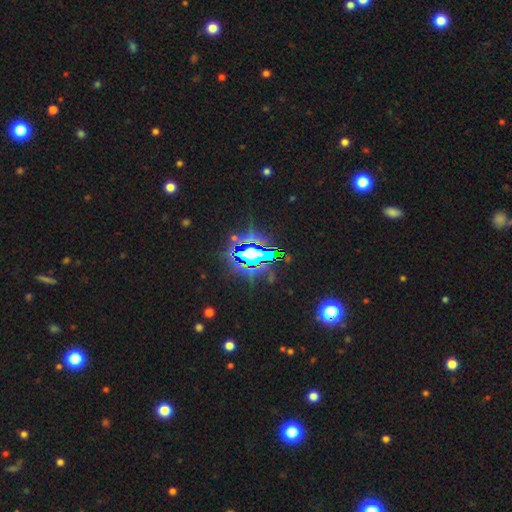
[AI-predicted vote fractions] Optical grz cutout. It shows a star or artifact, not a galaxy (83%).